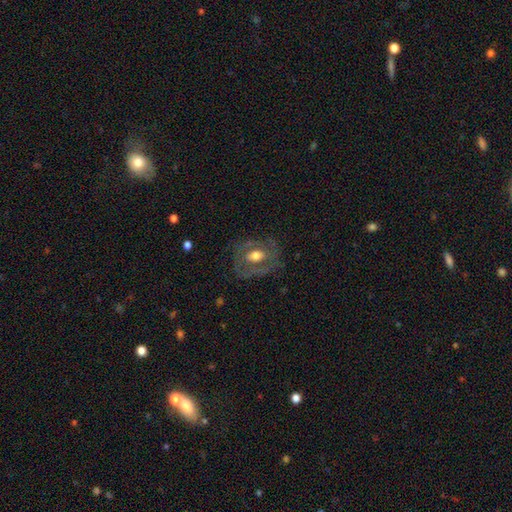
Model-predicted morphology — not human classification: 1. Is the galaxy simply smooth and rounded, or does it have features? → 59% featured or disk, 34% smooth, 7% star or artifact.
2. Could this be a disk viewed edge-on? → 93% no, 7% yes.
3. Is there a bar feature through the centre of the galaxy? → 67% no, 24% weak, 9% strong.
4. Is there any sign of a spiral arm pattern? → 65% no, 35% yes.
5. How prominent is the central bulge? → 64% moderate, 24% large, 9% small, 2% dominant, 1% none.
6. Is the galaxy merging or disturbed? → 68% none, 19% minor disturbance, 12% major disturbance, 1% merger.